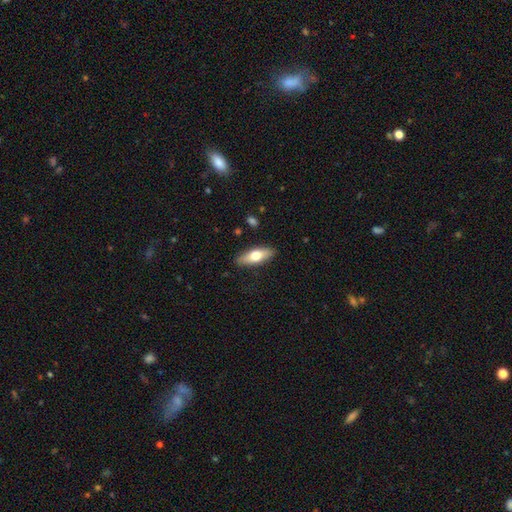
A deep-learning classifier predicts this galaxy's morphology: Q: Smooth or featured?
A: smooth (64%); runner-up: featured or disk (30%)
Q: How rounded?
A: in between (66%); runner-up: cigar-shaped (31%)
Q: Merging?
A: none (88%); runner-up: minor disturbance (9%)